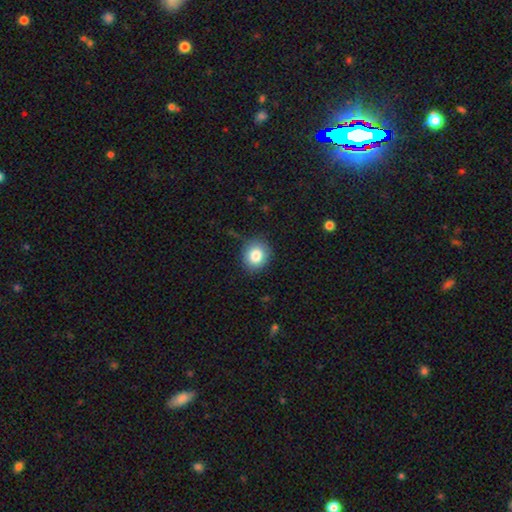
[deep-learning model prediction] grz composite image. It shows a smooth galaxy with no disk features (83%) that is round (75%). Merging: none (86%).